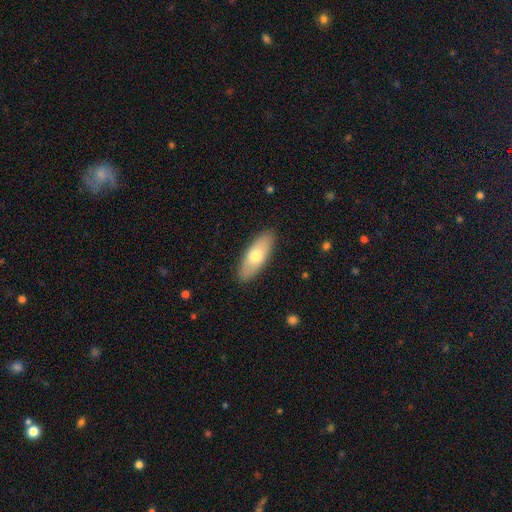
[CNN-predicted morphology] This is likely a smooth galaxy (68%). How rounded: likely in between (71%). Merging: clearly none (89%).